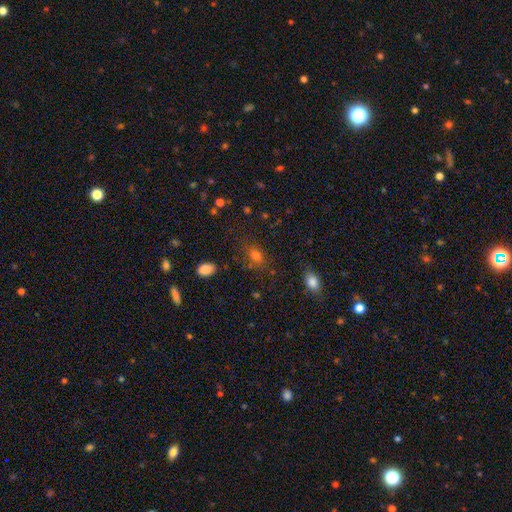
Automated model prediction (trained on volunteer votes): Smooth or featured: smooth — 74% (star or artifact — 18%)
How rounded: in between — 68% (round — 29%)
Merging: none — 71% (minor disturbance — 17%)